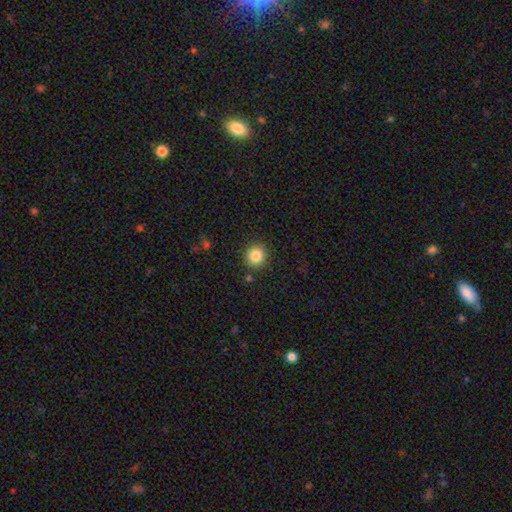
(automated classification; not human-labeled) Morphology: type=smooth (84%); roundness=round (91%); merging=none (89%).